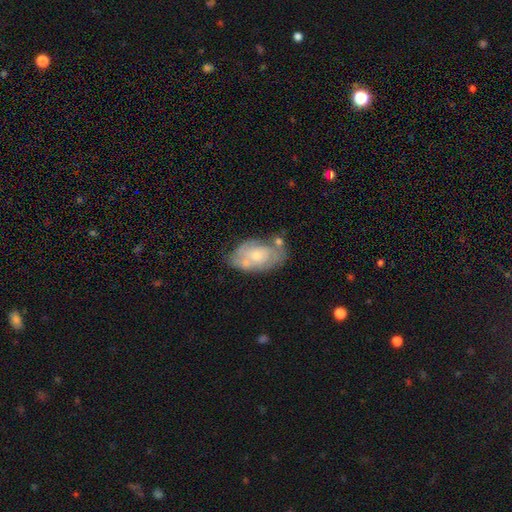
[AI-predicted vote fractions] smooth_or_featured: featured or disk (p=0.57) [alt: smooth p=0.37]
disk_edge_on: no (p=0.94) [alt: yes p=0.06]
bar: no (p=0.81) [alt: weak p=0.16]
has_spiral_arms: yes (p=0.60) [alt: no p=0.40]
bulge_size: small (p=0.55) [alt: moderate p=0.38]
merging: none (p=0.49) [alt: minor disturbance p=0.26]